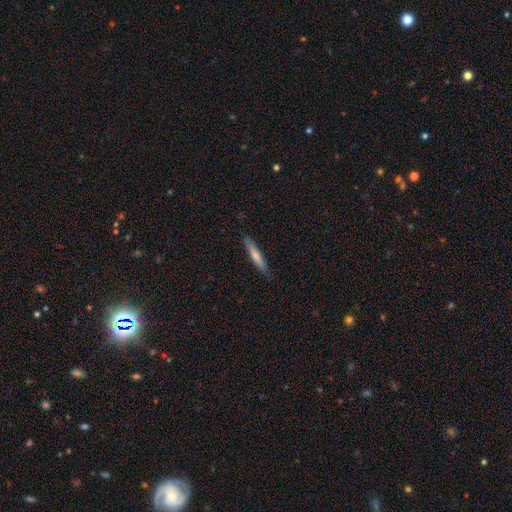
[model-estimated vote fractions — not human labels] This is likely a smooth galaxy (68%). How rounded: clearly cigar-shaped (92%). Merging: clearly none (86%).